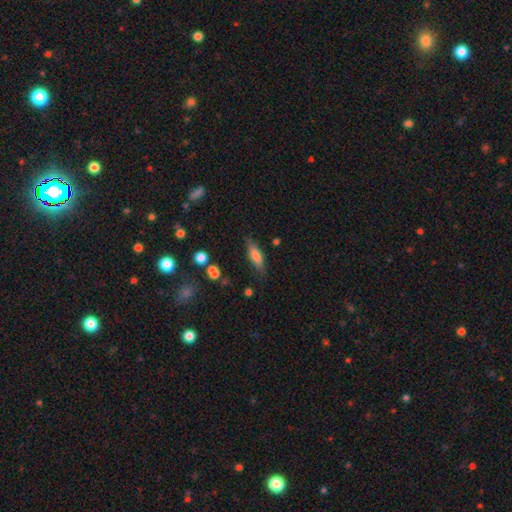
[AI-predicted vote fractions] smooth_or_featured: smooth (p=0.70) [alt: featured or disk p=0.23]
how_rounded: cigar-shaped (p=0.56) [alt: in between p=0.42]
merging: none (p=0.79) [alt: minor disturbance p=0.15]